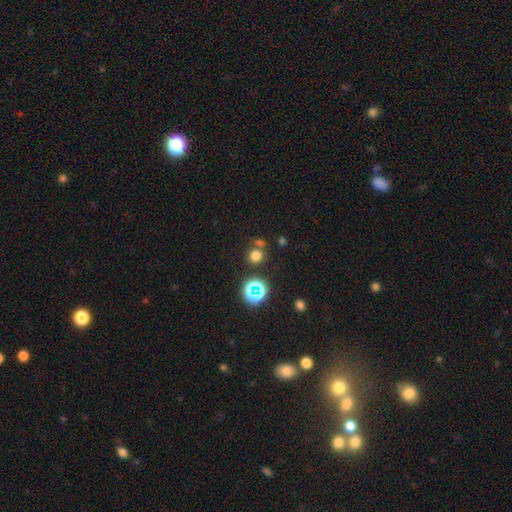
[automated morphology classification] This is likely a smooth galaxy (70%). How rounded: clearly round (88%). Merging: likely none (71%).